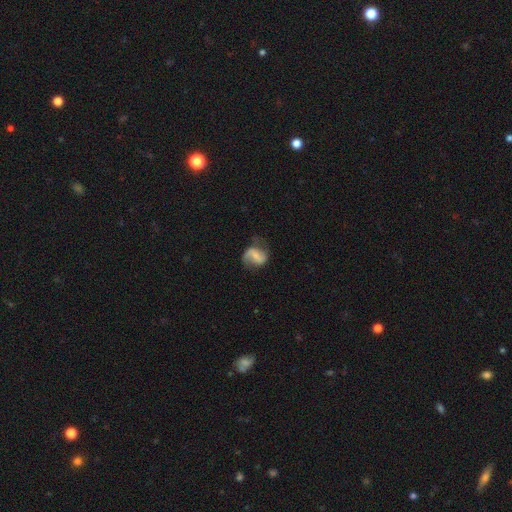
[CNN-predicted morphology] Smooth or featured: featured or disk — 70% (smooth — 23%)
Edge-on disk: no — 97% (yes — 3%)
Bar: weak — 42% (strong — 30%)
Spiral arms: yes — 91% (no — 9%)
Spiral winding: loose — 52% (medium — 36%)
Spiral arm count: 2 — 80% (1 — 12%)
Bulge size: small — 44% (none — 29%)
Merging: none — 61% (minor disturbance — 23%)